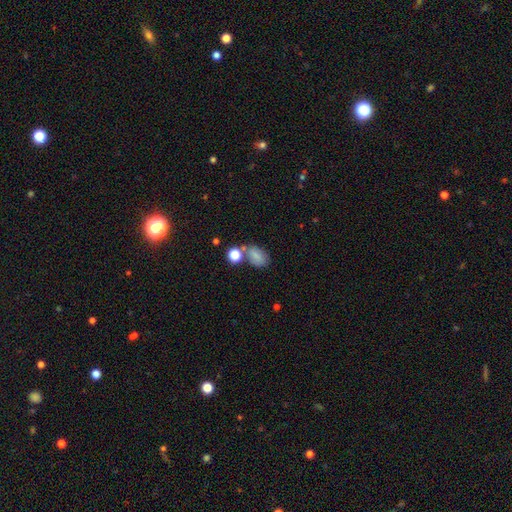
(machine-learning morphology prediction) smooth-or-featured: smooth: 76% | star or artifact: 12% | featured or disk: 11%
  how-rounded: in between: 82% | round: 16% | cigar-shaped: 2%
  merging: none: 51% | merger: 23% | minor disturbance: 18% | major disturbance: 7%